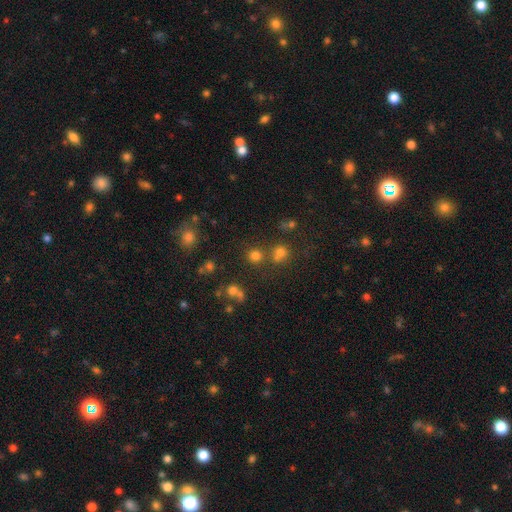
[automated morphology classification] smooth 63%, star or artifact 30%, featured or disk 8%. Down the decision tree: how rounded — round (88%); merging — none (68%).